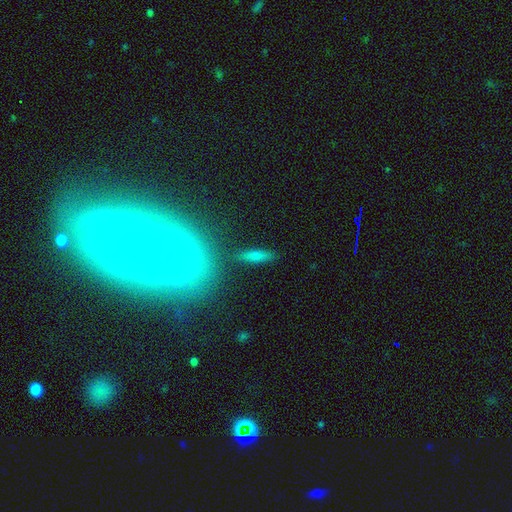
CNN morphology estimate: smooth-or-featured: smooth: 71% | featured or disk: 18% | star or artifact: 11%
  how-rounded: cigar-shaped: 68% | in between: 27% | round: 4%
  merging: none: 81% | minor disturbance: 11% | merger: 5% | major disturbance: 4%